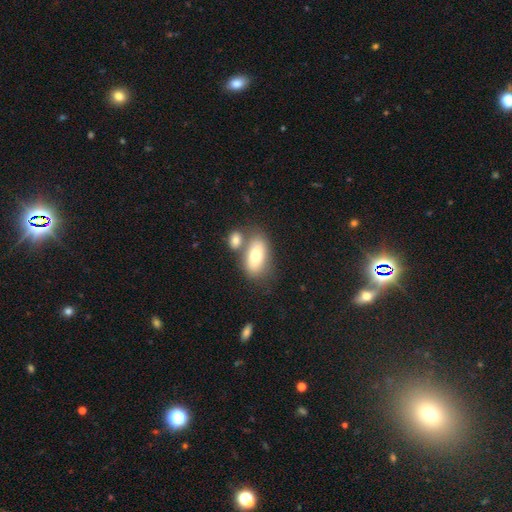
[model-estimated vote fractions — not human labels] Q: Smooth or featured?
A: smooth (74%); runner-up: featured or disk (19%)
Q: How rounded?
A: in between (90%); runner-up: round (8%)
Q: Merging?
A: none (49%); runner-up: merger (33%)